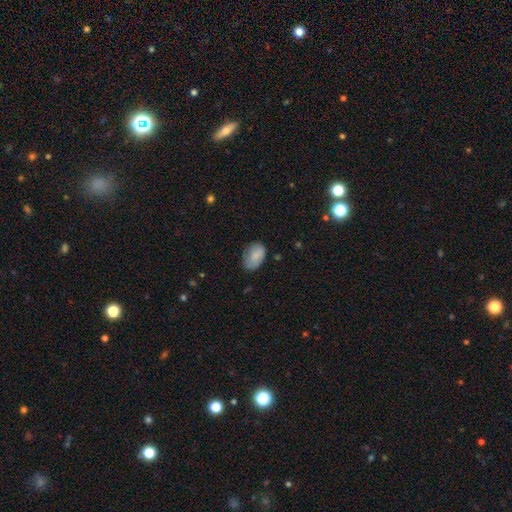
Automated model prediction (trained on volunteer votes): A smooth galaxy with no disk features (78%) that is in between round and cigar-shaped (86%). Merging: none (64%).